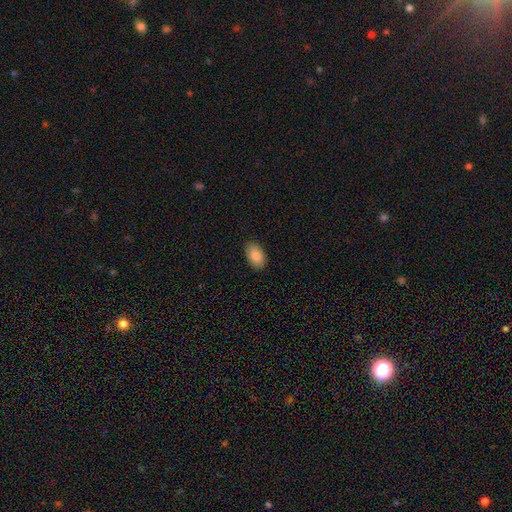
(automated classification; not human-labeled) smooth-or-featured: smooth: 88% | star or artifact: 7% | featured or disk: 5%
  how-rounded: in between: 93% | round: 6% | cigar-shaped: 1%
  merging: none: 88% | minor disturbance: 9% | major disturbance: 2% | merger: 1%